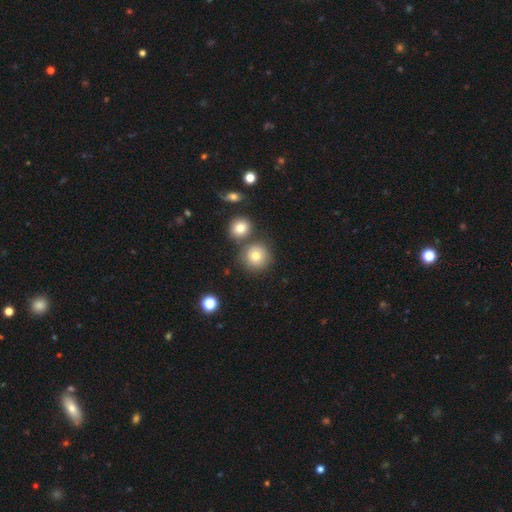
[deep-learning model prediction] A smooth galaxy with no disk features (78%) that is round (93%).

Vote fractions:
- Smooth or featured? smooth: 78% / star or artifact: 12% / featured or disk: 11%
- How rounded? round: 93% / in between: 6% / cigar-shaped: 1%
- Merging? none: 75% / merger: 13% / minor disturbance: 9% / major disturbance: 3%